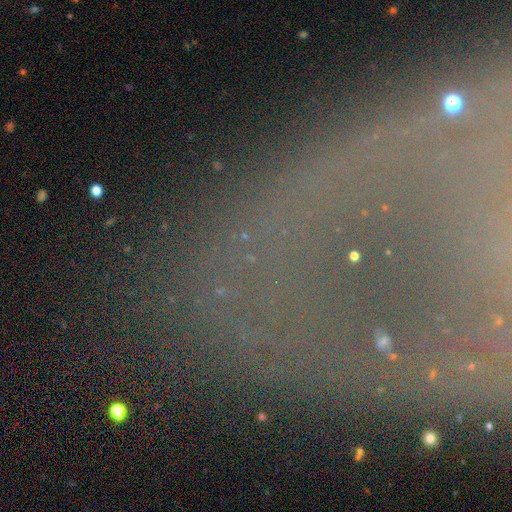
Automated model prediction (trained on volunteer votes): smooth_or_featured: star or artifact (p=0.58) [alt: featured or disk p=0.24]